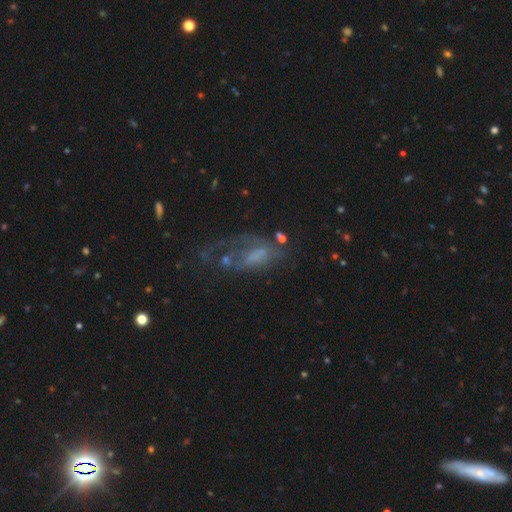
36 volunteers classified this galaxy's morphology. Overall: featured or disk (72%). Edge-on disk: no (96%). Bar: no (60%; weak 24%). Spiral arms: no (68%; yes 32%). Bulge size: none (48%; moderate 24%). Merging: major disturbance (50%; none 26%).